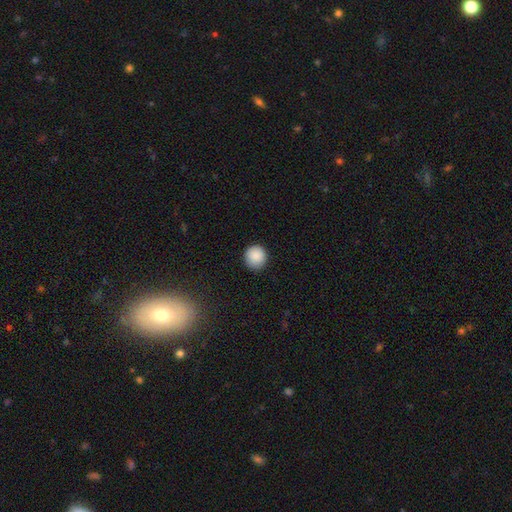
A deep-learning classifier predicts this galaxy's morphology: type=smooth (89%); roundness=round (94%); merging=none (90%).